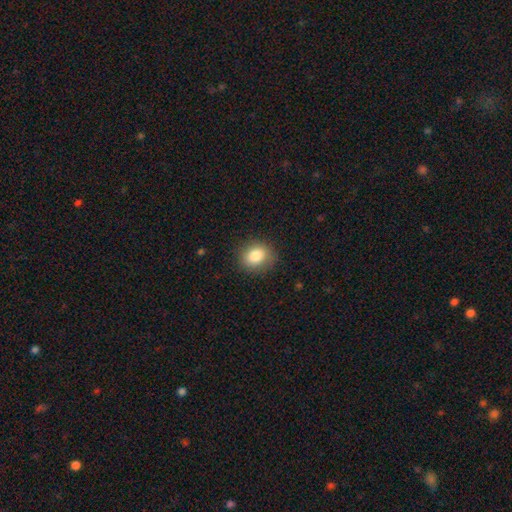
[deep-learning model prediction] smooth_or_featured: smooth (p=0.83) [alt: star or artifact p=0.10]
how_rounded: round (p=0.67) [alt: in between p=0.32]
merging: none (p=0.86) [alt: minor disturbance p=0.10]